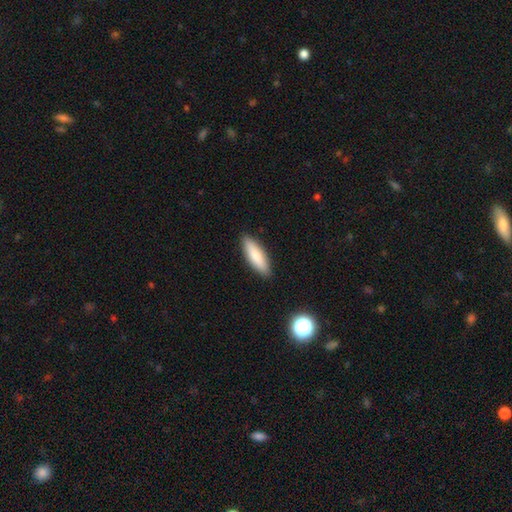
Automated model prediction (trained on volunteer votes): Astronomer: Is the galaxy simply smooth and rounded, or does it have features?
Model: smooth — 82%.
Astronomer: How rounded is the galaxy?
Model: cigar-shaped — 53% (runner-up: in between, 45%).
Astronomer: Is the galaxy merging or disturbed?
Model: none — 89%.